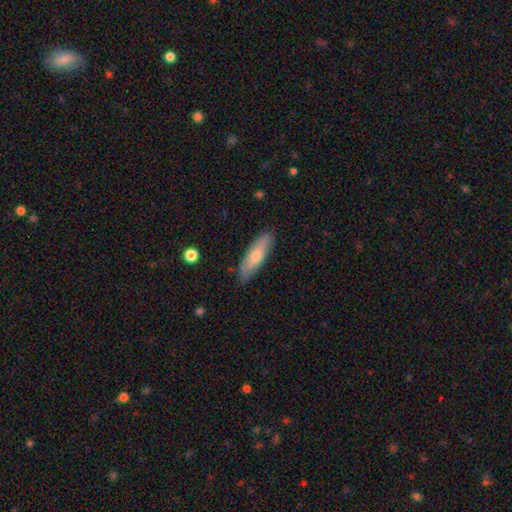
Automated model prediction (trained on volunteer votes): Morphology: type=smooth (65%); roundness=cigar-shaped (57%); merging=none (84%).